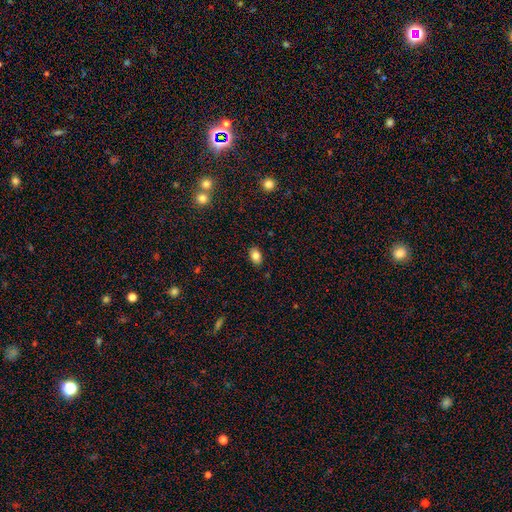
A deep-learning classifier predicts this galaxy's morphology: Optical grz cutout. It shows a smooth galaxy with no disk features (83%) that is in between round and cigar-shaped (82%). Merging: none (88%).